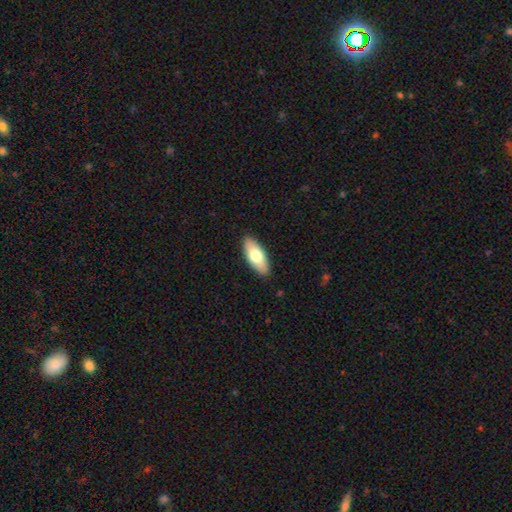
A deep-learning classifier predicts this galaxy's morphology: Q: Smooth or featured?
A: smooth (71%); runner-up: featured or disk (23%)
Q: How rounded?
A: in between (81%); runner-up: cigar-shaped (17%)
Q: Merging?
A: none (89%); runner-up: minor disturbance (8%)